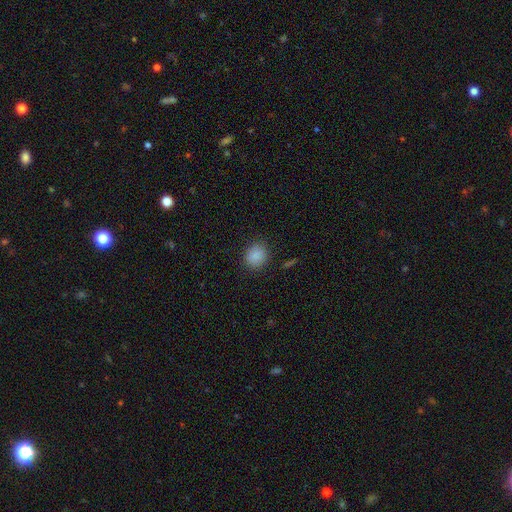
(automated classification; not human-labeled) smooth 86%, star or artifact 10%, featured or disk 4%. Down the decision tree: how rounded — round (75%); merging — none (86%).